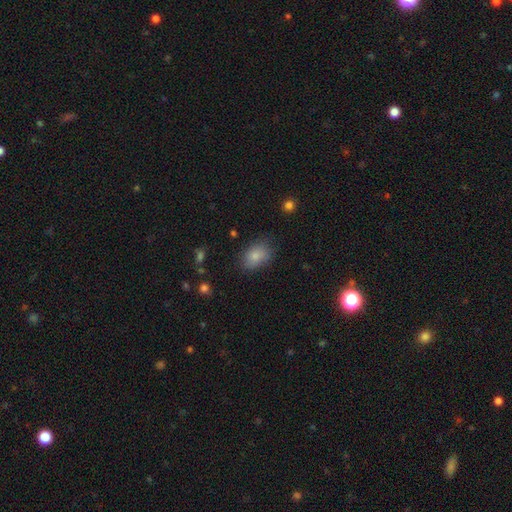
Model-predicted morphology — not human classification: The model was most divided on "merging": none: 71%, minor disturbance: 21%, major disturbance: 6%, merger: 2%. More confident: smooth or featured — smooth (83%); how rounded — in between (83%).